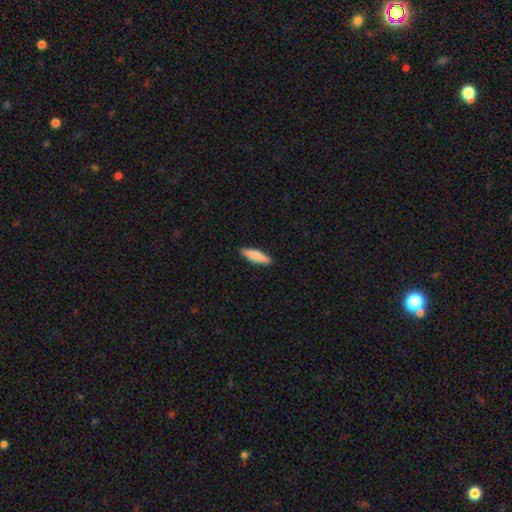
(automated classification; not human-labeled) smooth-or-featured: smooth: 78% | featured or disk: 17% | star or artifact: 5%
  how-rounded: cigar-shaped: 71% | in between: 27% | round: 2%
  merging: none: 91% | minor disturbance: 7% | major disturbance: 1% | merger: 1%